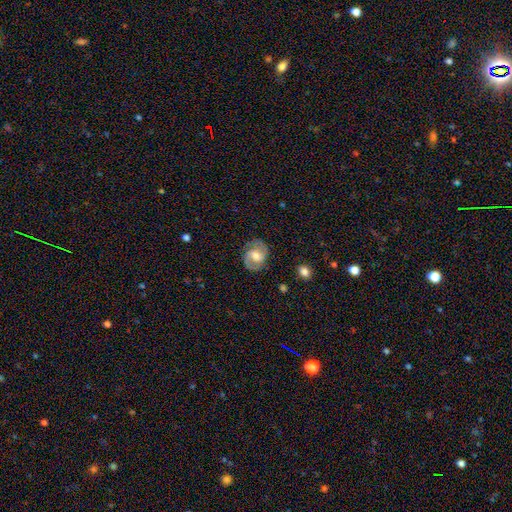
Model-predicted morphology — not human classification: A featured or disk galaxy (70%) with a weak bar (47%), 2 (87%) medium (52%) spiral arms (88%) and a moderate central bulge (65%). Merging: none (78%).